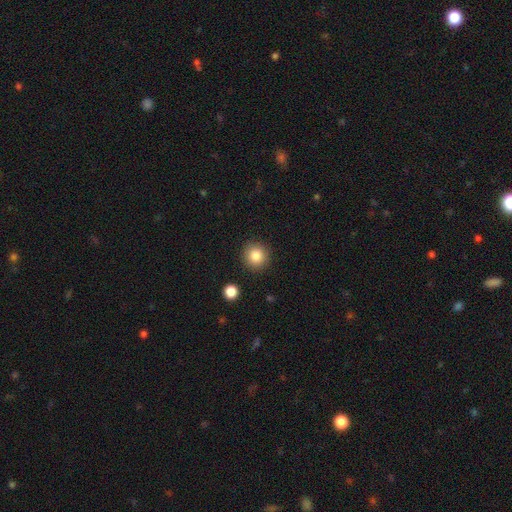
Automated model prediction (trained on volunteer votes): This is clearly a smooth galaxy (84%). How rounded: clearly round (93%). Merging: clearly none (90%).